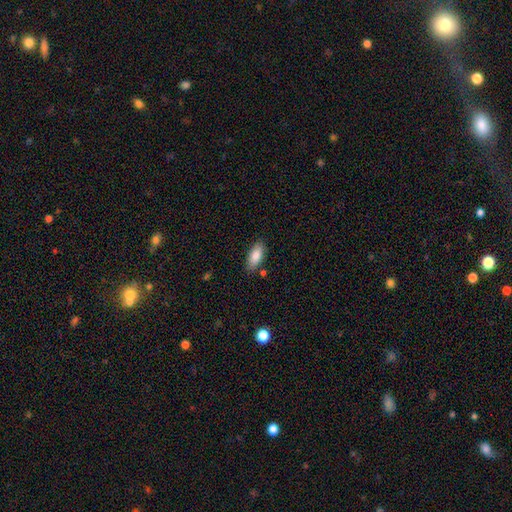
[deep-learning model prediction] smooth 85%, featured or disk 8%, star or artifact 6%. Down the decision tree: how rounded — in between (85%); merging — none (83%).